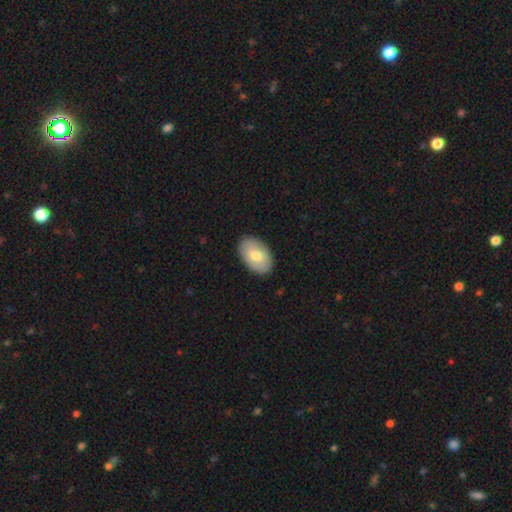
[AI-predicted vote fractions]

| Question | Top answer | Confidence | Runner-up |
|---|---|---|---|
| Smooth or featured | smooth | 70% | featured or disk (24%) |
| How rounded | in between | 92% | round (7%) |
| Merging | none | 88% | minor disturbance (9%) |